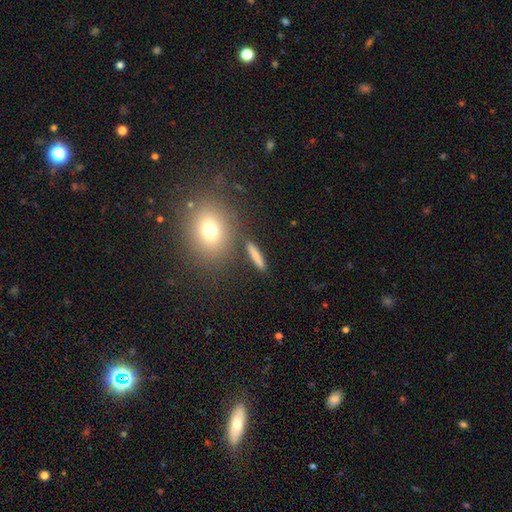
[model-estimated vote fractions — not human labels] A smooth galaxy with no disk features (76%) that is cigar-shaped (80%).

Vote fractions:
- Smooth or featured? smooth: 76% / featured or disk: 14% / star or artifact: 9%
- How rounded? cigar-shaped: 80% / in between: 14% / round: 7%
- Merging? none: 84% / minor disturbance: 8% / merger: 5% / major disturbance: 3%